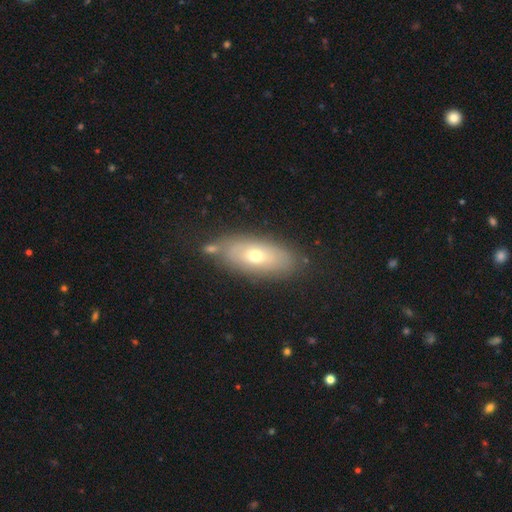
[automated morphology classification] This is possibly a smooth galaxy (51%). How rounded: clearly in between (82%). Merging: likely none (73%).